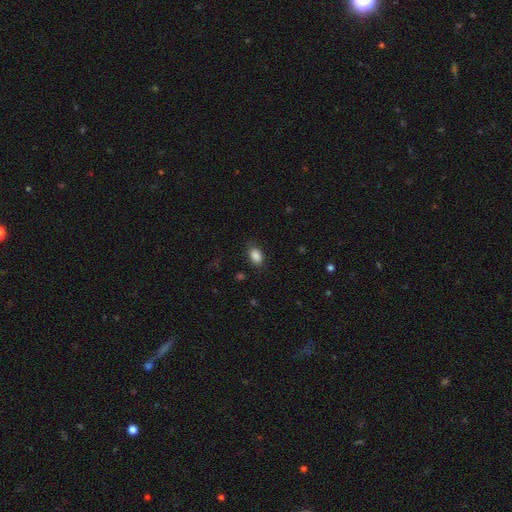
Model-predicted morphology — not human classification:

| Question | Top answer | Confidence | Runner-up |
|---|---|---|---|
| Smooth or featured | smooth | 87% | star or artifact (9%) |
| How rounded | in between | 85% | round (13%) |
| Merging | none | 82% | minor disturbance (13%) |